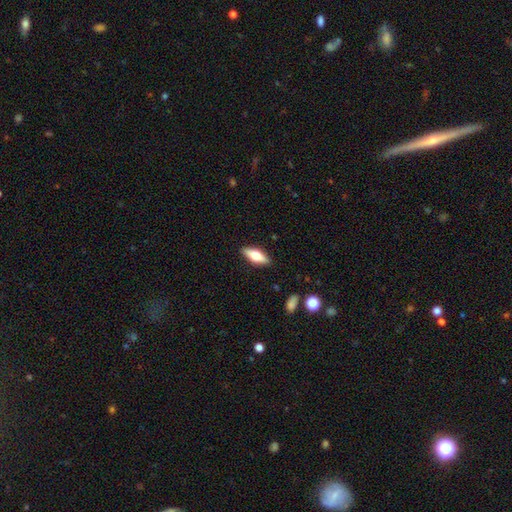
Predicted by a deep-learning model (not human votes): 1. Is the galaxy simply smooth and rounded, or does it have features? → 56% smooth, 38% featured or disk, 6% star or artifact.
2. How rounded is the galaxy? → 65% in between, 32% cigar-shaped, 3% round.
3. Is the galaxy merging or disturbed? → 88% none, 9% minor disturbance, 2% major disturbance, 1% merger.